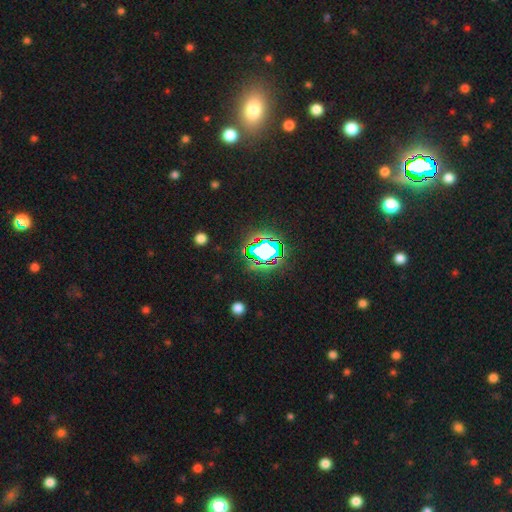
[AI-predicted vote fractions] Smooth or featured? star or artifact (79%)